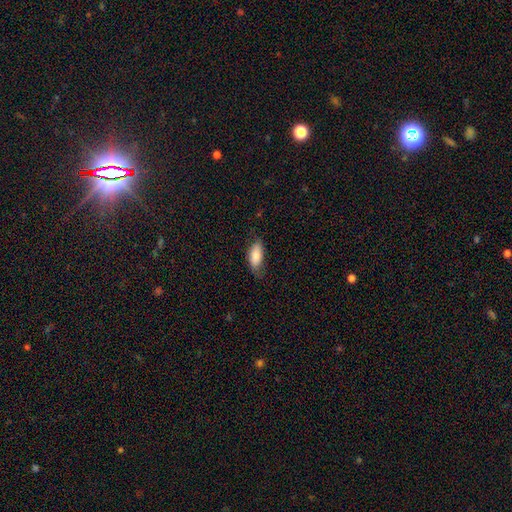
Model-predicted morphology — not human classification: This is clearly a smooth galaxy (83%). How rounded: clearly in between (84%). Merging: likely none (65%).